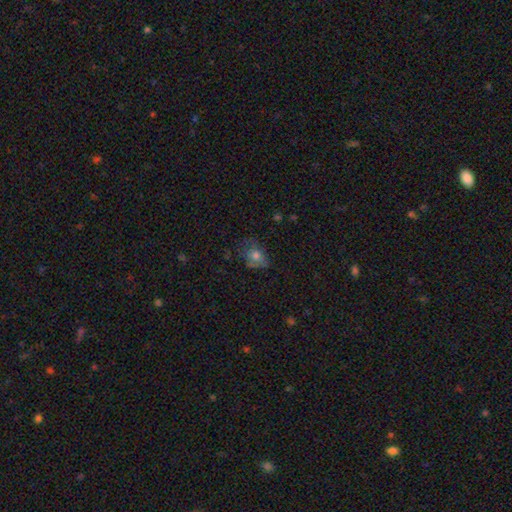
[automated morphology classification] A smooth galaxy with no disk features (68%) that is in between round and cigar-shaped (61%).

Vote fractions:
- Smooth or featured? smooth: 68% / featured or disk: 20% / star or artifact: 12%
- How rounded? in between: 61% / round: 37% / cigar-shaped: 1%
- Merging? none: 53% / minor disturbance: 29% / major disturbance: 16% / merger: 2%